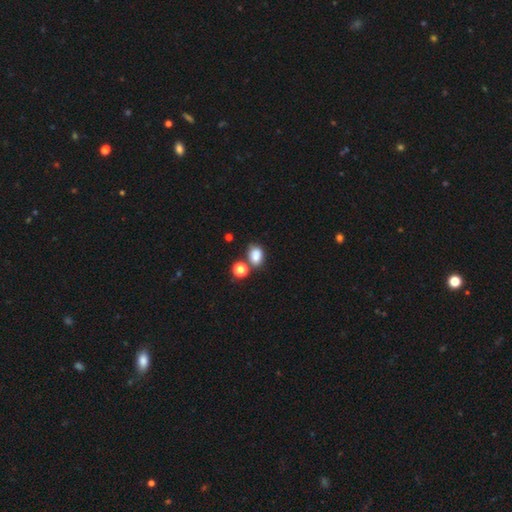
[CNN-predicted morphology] Q: Smooth or featured?
A: smooth (83%); runner-up: star or artifact (11%)
Q: How rounded?
A: in between (73%); runner-up: round (26%)
Q: Merging?
A: none (57%); runner-up: merger (22%)